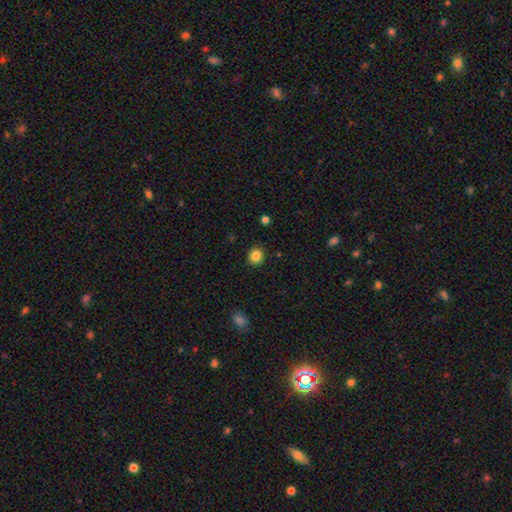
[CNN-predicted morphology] The model was most divided on "how rounded": round: 83%, in between: 16%, cigar-shaped: 1%. More confident: merging — none (90%); smooth or featured — smooth (85%).